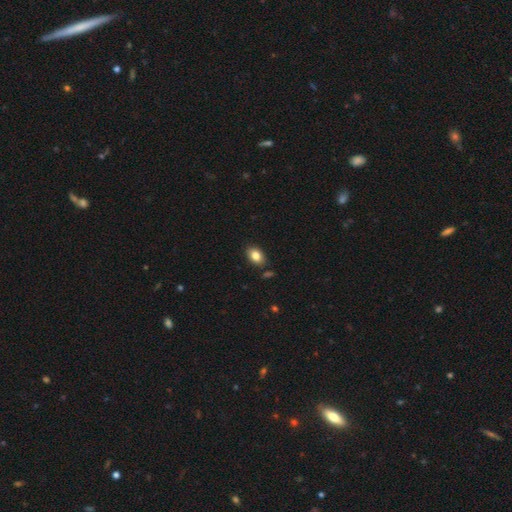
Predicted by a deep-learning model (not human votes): The model was most divided on "how rounded": in between: 82%, round: 17%, cigar-shaped: 1%. More confident: merging — none (84%); smooth or featured — smooth (83%).